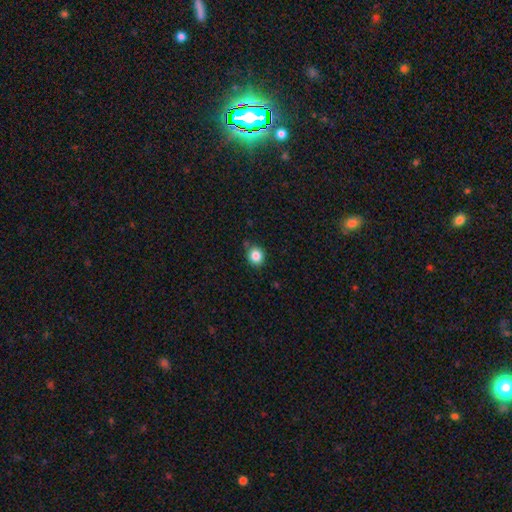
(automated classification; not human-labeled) This is clearly a smooth galaxy (85%). How rounded: clearly round (82%). Merging: clearly none (82%).